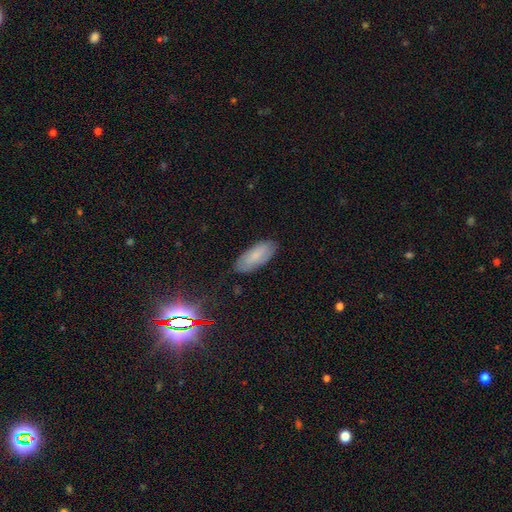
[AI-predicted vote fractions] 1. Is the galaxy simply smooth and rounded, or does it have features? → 71% smooth, 18% featured or disk, 11% star or artifact.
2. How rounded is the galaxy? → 84% in between, 14% cigar-shaped, 2% round.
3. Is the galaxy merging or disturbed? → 81% none, 14% minor disturbance, 3% major disturbance, 1% merger.